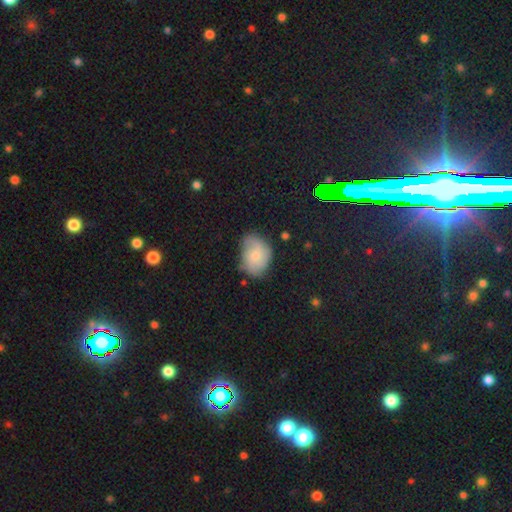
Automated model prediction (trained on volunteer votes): smooth 57%, featured or disk 35%, star or artifact 9%. Down the decision tree: how rounded — in between (69%); merging — none (58%).